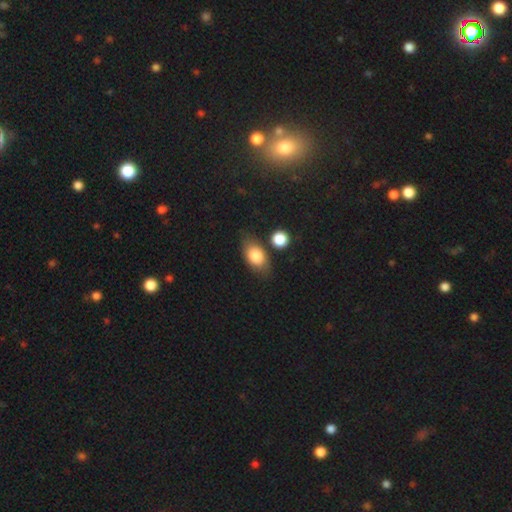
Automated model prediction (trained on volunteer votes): The model was most divided on "merging": none: 69%, minor disturbance: 18%, merger: 9%, major disturbance: 5%. More confident: how rounded — in between (85%); smooth or featured — smooth (80%).